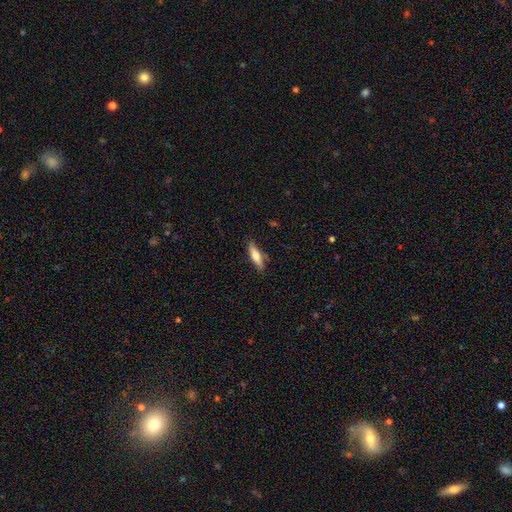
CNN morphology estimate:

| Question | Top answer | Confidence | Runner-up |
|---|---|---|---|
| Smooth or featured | smooth | 63% | featured or disk (30%) |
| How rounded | cigar-shaped | 66% | in between (32%) |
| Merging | none | 80% | minor disturbance (15%) |